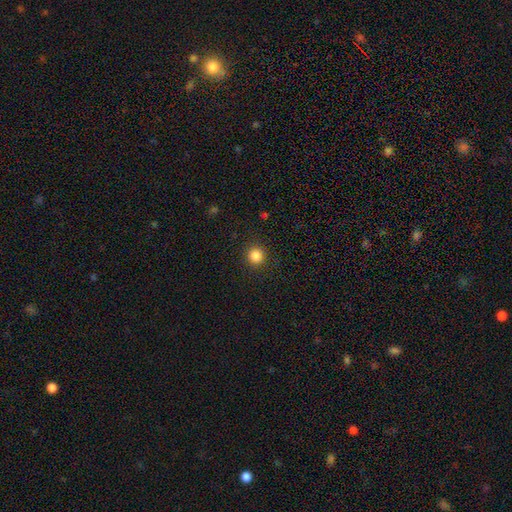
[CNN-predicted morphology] type=smooth (84%); roundness=round (94%); merging=none (91%).